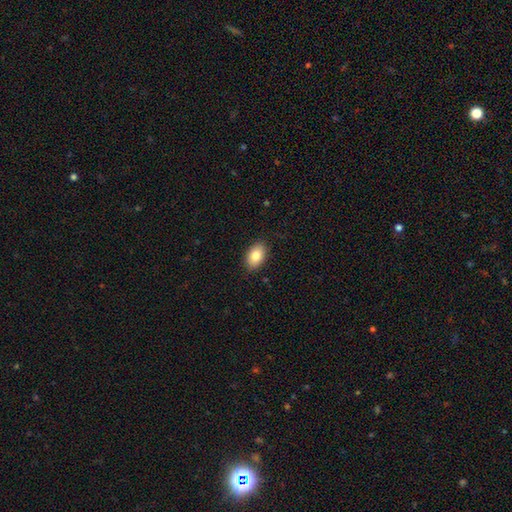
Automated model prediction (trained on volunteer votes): Smooth or featured?
  - smooth: 84% *
  - featured or disk: 9%
  - star or artifact: 7%
How rounded?
  - in between: 90% *
  - round: 9%
  - cigar-shaped: 1%
Merging?
  - none: 87% *
  - minor disturbance: 10%
  - major disturbance: 2%
  - merger: 1%